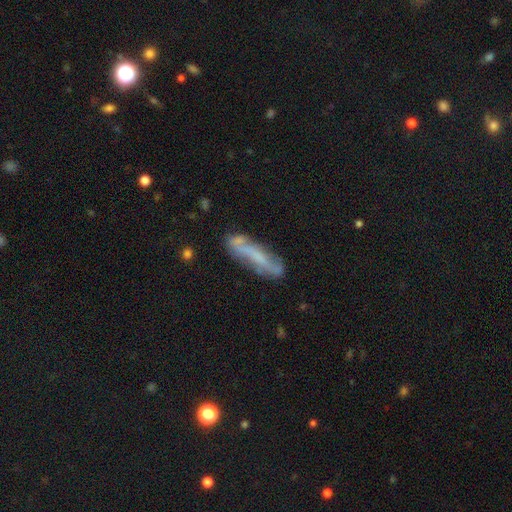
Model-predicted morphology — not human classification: Overall: featured or disk (57%; smooth 35%). Edge-on disk: no (57%; yes 43%). Merging: none (69%).